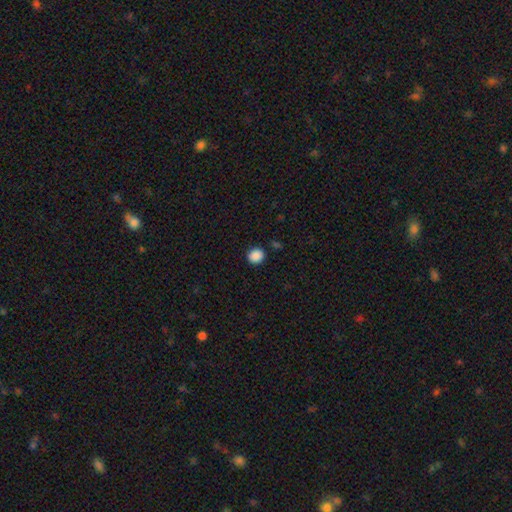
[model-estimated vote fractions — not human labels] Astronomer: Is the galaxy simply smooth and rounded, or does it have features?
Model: smooth — 88%.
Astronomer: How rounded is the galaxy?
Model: round — 84%.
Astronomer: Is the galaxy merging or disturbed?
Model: none — 90%.